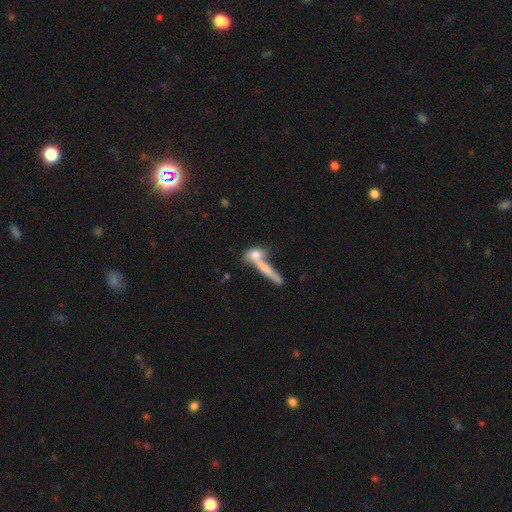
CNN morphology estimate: Smooth or featured?
  - smooth: 68% *
  - featured or disk: 24%
  - star or artifact: 9%
How rounded?
  - cigar-shaped: 49% *
  - in between: 37%
  - round: 14%
Merging?
  - merger: 48% *
  - none: 35%
  - minor disturbance: 9%
  - major disturbance: 7%